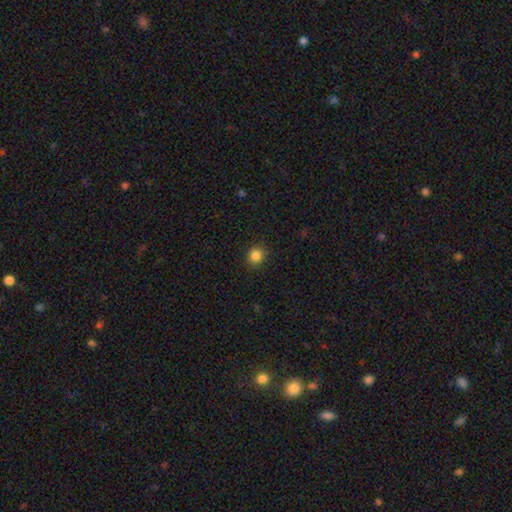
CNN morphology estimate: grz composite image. It shows a smooth galaxy with no disk features (85%) that is round (85%). Merging: none (90%).